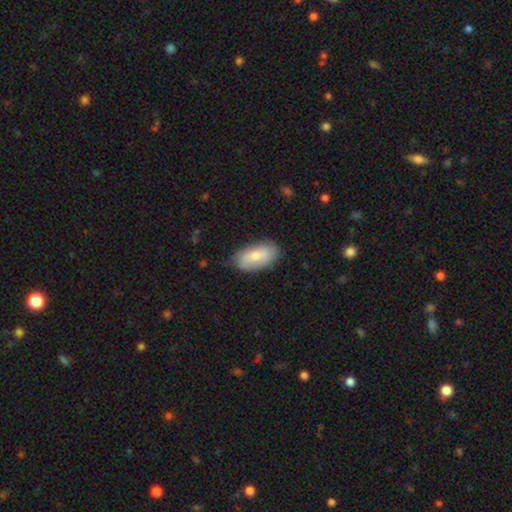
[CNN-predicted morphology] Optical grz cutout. It shows a smooth galaxy with no disk features (68%) that is in between round and cigar-shaped (93%). Merging: none (74%).